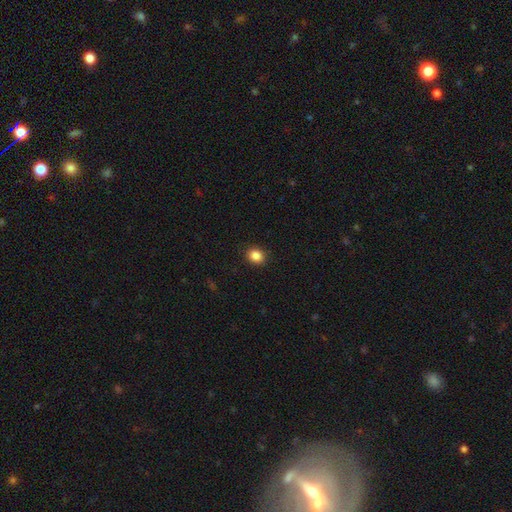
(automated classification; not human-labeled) Smooth or featured: smooth — 87% (star or artifact — 10%)
How rounded: round — 65% (in between — 34%)
Merging: none — 91% (minor disturbance — 6%)